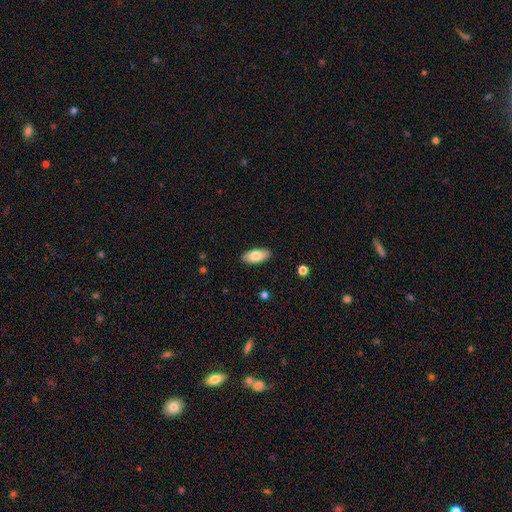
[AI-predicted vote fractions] smooth-or-featured: smooth: 80% | featured or disk: 14% | star or artifact: 6%
  how-rounded: in between: 89% | cigar-shaped: 9% | round: 2%
  merging: none: 89% | minor disturbance: 9% | major disturbance: 2% | merger: 1%